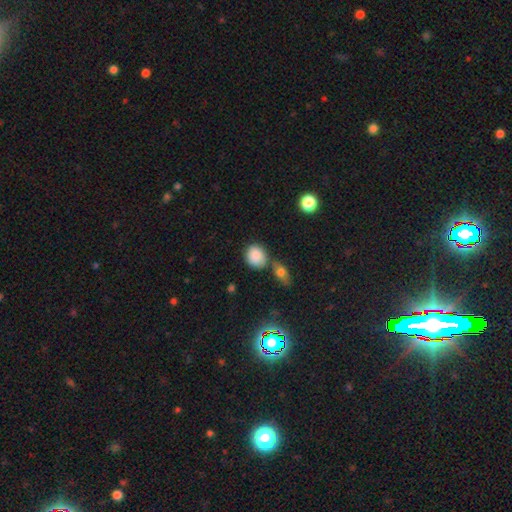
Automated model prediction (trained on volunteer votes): Smooth or featured? Predicted: smooth (p=0.84). How rounded? Predicted: round (p=0.64). Merging? Predicted: none (p=0.62).